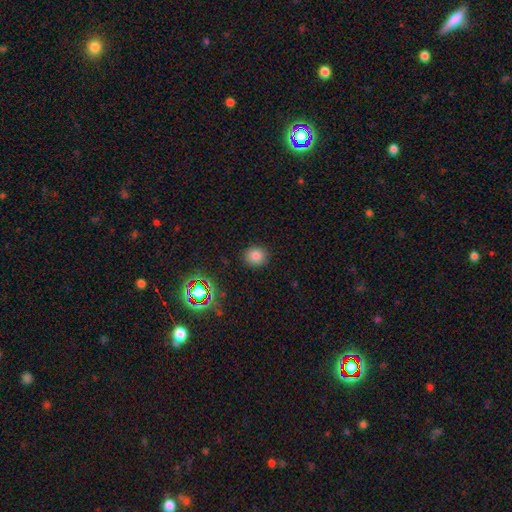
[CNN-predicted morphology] Smooth or featured? smooth (80%)
How rounded? round (79%)
Merging? none (89%)